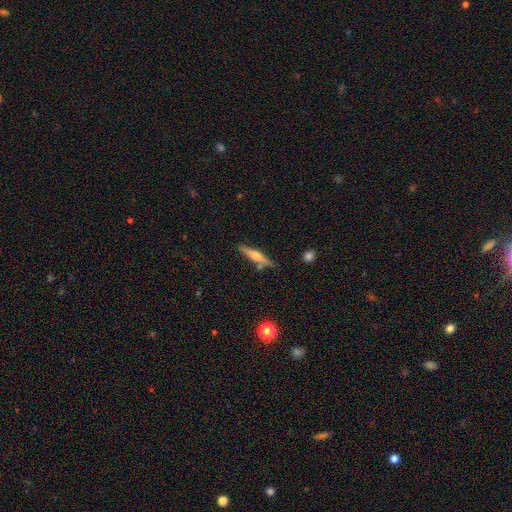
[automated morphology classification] Smooth or featured? Predicted: featured or disk (p=0.55). Edge-on disk? Predicted: yes (p=0.96). Edge-on bulge? Predicted: rounded (p=0.80). Merging? Predicted: none (p=0.79).